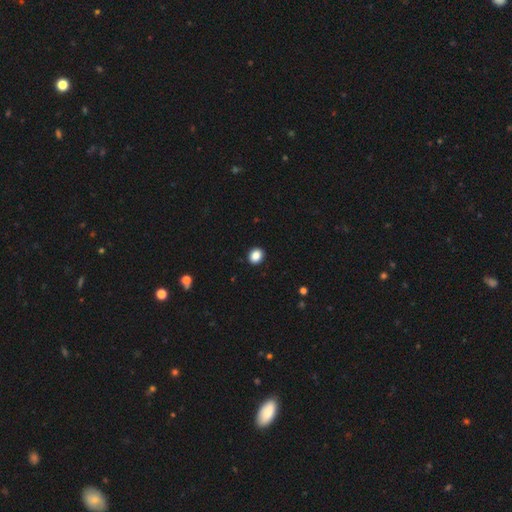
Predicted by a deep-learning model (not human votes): A smooth galaxy with no disk features (88%) that is round (60%).

Vote fractions:
- Smooth or featured? smooth: 88% / star or artifact: 9% / featured or disk: 3%
- How rounded? round: 60% / in between: 39% / cigar-shaped: 1%
- Merging? none: 92% / minor disturbance: 5% / major disturbance: 2% / merger: 1%